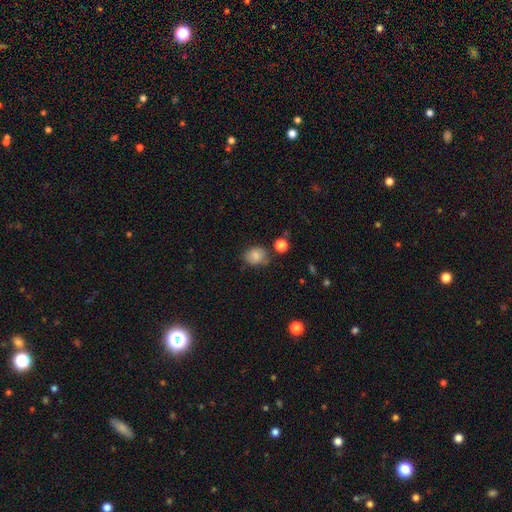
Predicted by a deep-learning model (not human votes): smooth 83%, star or artifact 10%, featured or disk 7%. Down the decision tree: how rounded — round (53%); merging — none (71%).